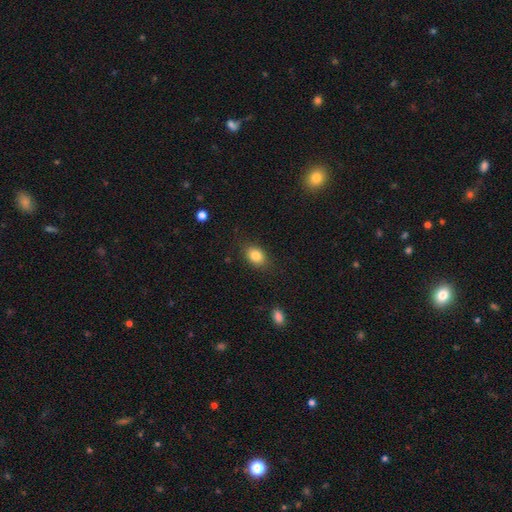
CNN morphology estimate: Smooth or featured? smooth (83%)
How rounded? in between (74%)
Merging? none (82%)